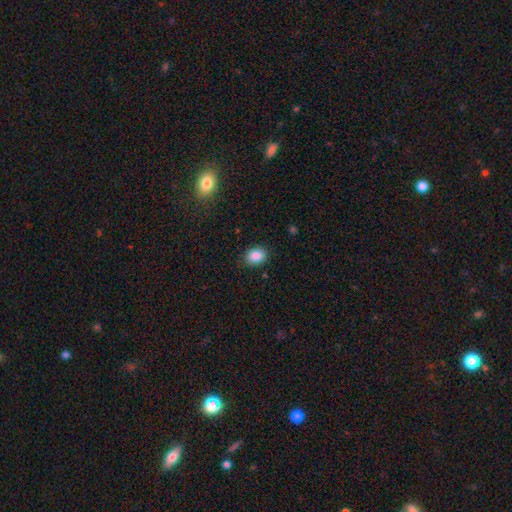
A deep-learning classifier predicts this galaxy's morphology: smooth 87%, star or artifact 9%, featured or disk 4%. Down the decision tree: how rounded — in between (57%); merging — none (84%).